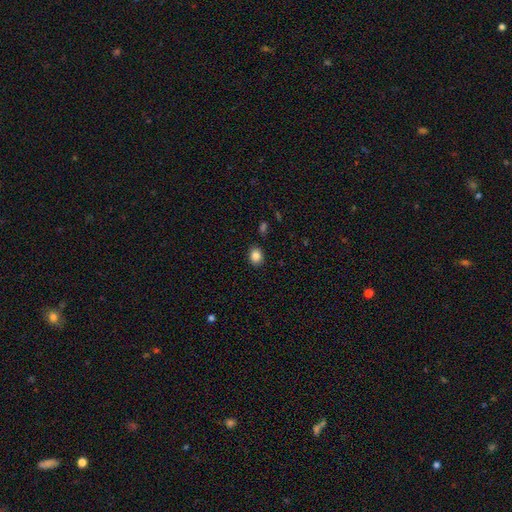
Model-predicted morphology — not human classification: smooth 86%, star or artifact 10%, featured or disk 4%. Down the decision tree: how rounded — in between (50%); merging — none (87%).